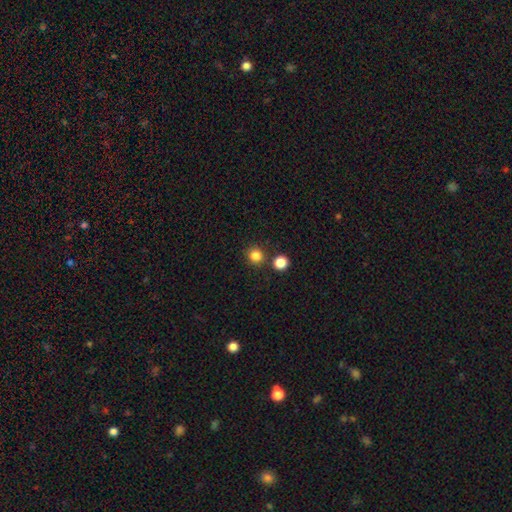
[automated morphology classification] Smooth or featured? Predicted: smooth (p=0.83). How rounded? Predicted: round (p=0.92). Merging? Predicted: none (p=0.82).